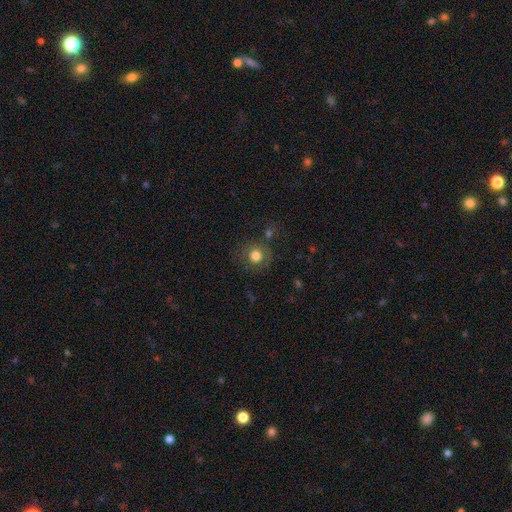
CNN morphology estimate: Smooth or featured? Predicted: smooth (p=0.74). How rounded? Predicted: round (p=0.90). Merging? Predicted: none (p=0.70).